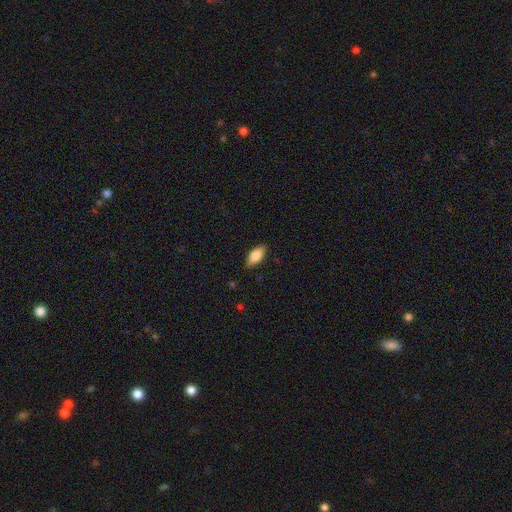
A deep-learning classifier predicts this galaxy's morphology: This appears to be a smooth galaxy with no disk features (79%) that is in between round and cigar-shaped (86%). Merging: none (85%).